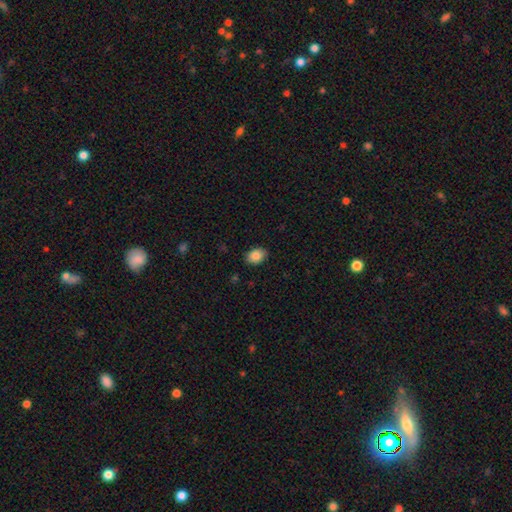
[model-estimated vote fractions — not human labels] The model was most divided on "how rounded": in between: 77%, round: 22%, cigar-shaped: 1%. More confident: merging — none (87%); smooth or featured — smooth (86%).